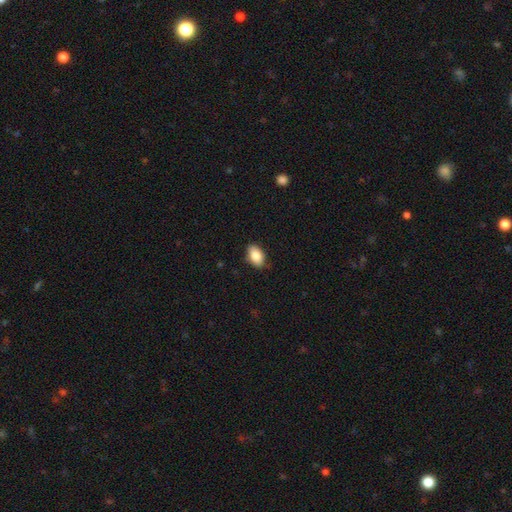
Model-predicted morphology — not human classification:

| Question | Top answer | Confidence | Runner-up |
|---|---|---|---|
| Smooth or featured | smooth | 86% | featured or disk (7%) |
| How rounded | in between | 91% | round (8%) |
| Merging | none | 85% | minor disturbance (12%) |